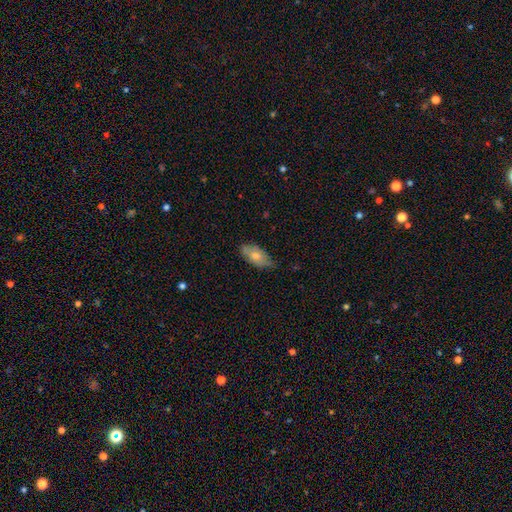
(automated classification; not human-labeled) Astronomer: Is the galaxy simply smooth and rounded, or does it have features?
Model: smooth — 67%.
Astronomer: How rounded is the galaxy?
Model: in between — 91%.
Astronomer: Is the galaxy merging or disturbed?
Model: none — 63%.